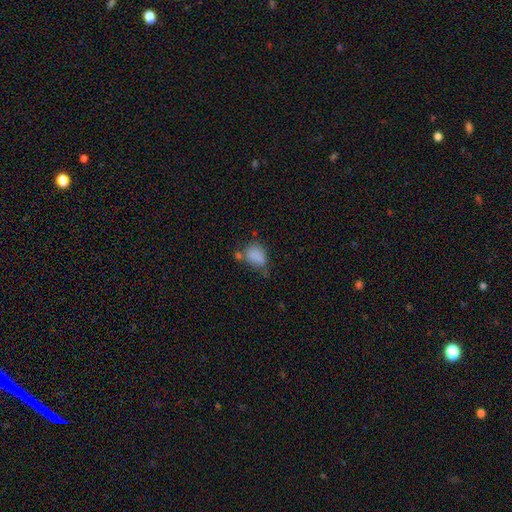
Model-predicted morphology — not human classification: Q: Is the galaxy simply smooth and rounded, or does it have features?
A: smooth — 79%.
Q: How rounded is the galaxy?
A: in between — 74%.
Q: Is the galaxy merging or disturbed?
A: none — 37%.